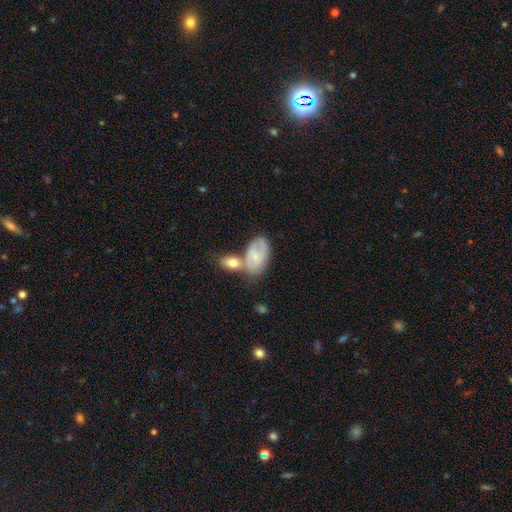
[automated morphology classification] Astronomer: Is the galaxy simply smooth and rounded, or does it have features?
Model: smooth — 55% (runner-up: featured or disk, 39%).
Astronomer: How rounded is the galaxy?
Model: in between — 91%.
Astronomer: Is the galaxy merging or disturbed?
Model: none — 39% (runner-up: merger, 34%).